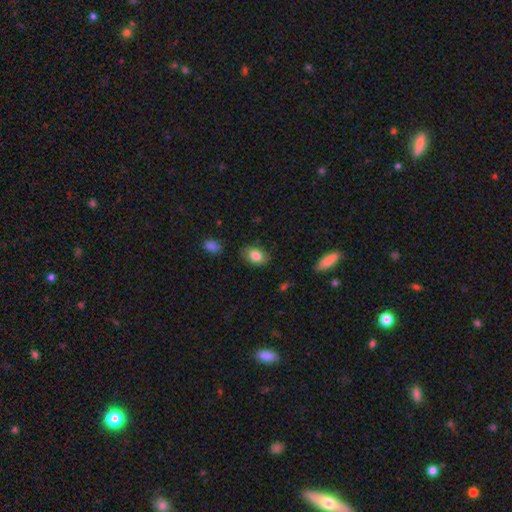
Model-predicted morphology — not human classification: smooth 83%, featured or disk 9%, star or artifact 8%. Down the decision tree: how rounded — in between (83%); merging — none (83%).